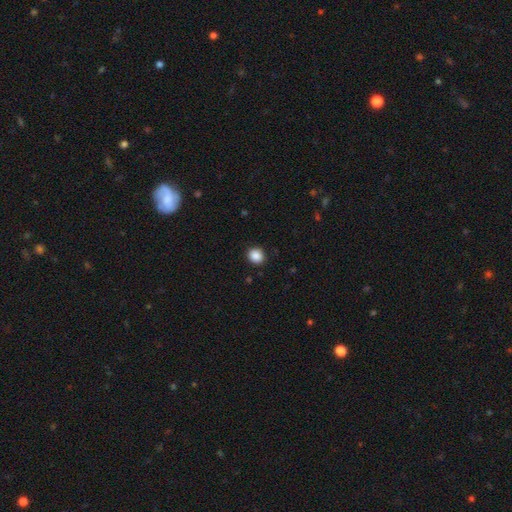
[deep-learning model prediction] Q: Smooth or featured?
A: smooth (88%); runner-up: star or artifact (9%)
Q: How rounded?
A: round (82%); runner-up: in between (17%)
Q: Merging?
A: none (91%); runner-up: minor disturbance (6%)